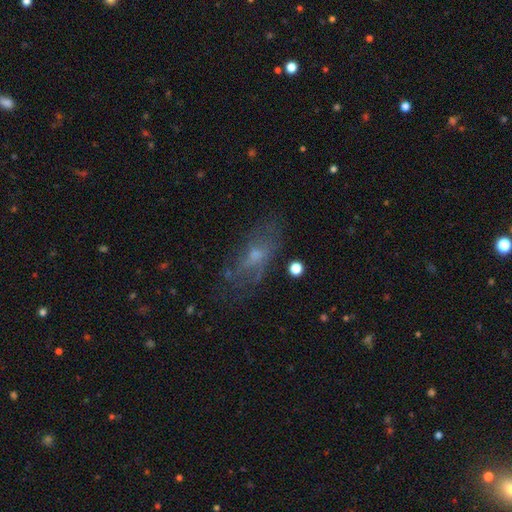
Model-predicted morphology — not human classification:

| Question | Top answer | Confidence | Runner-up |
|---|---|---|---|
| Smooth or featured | smooth | 44% | featured or disk (43%) |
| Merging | none | 55% | minor disturbance (23%) |